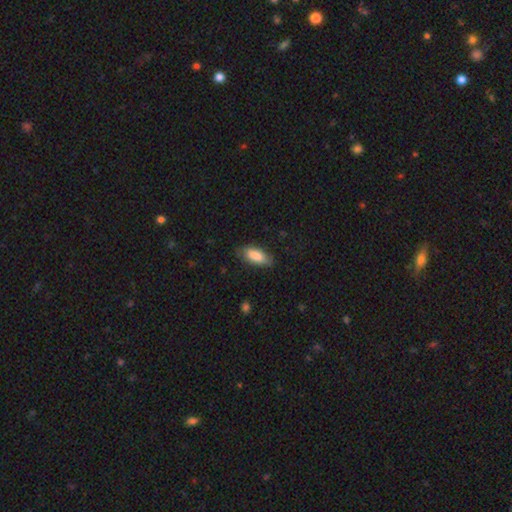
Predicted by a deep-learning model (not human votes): Overall: smooth (84%). How rounded: in between (82%). Merging: none (79%).